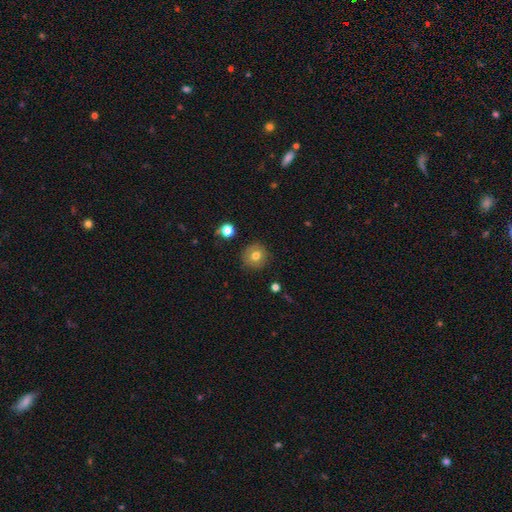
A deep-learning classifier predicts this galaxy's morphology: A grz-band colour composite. It shows a smooth galaxy with no disk features (73%) that is round (91%). Merging: none (85%).